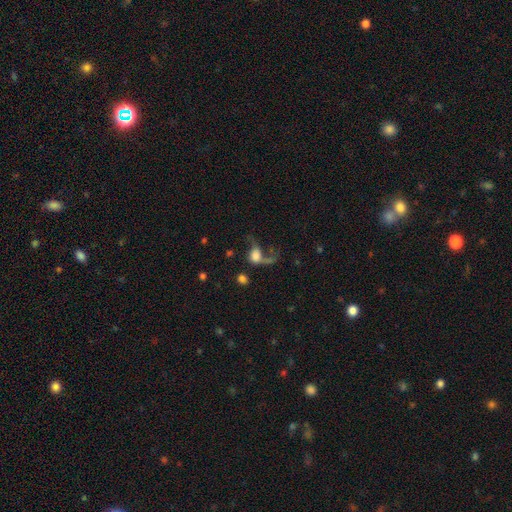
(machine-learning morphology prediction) type=smooth (51%); roundness=in between (52%); merging=major disturbance (46%).